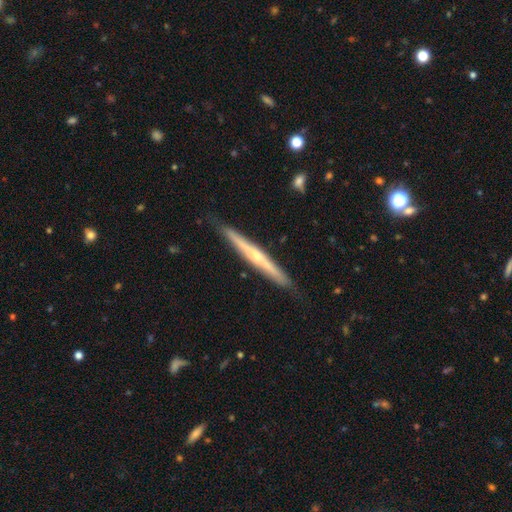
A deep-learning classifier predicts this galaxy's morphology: smooth-or-featured: featured or disk: 69% | smooth: 25% | star or artifact: 6%
  disk-edge-on: yes: 97% | no: 3%
    edge-on-bulge: rounded: 71% | none: 25% | boxy: 4%
  merging: none: 87% | minor disturbance: 11% | major disturbance: 2% | merger: 1%